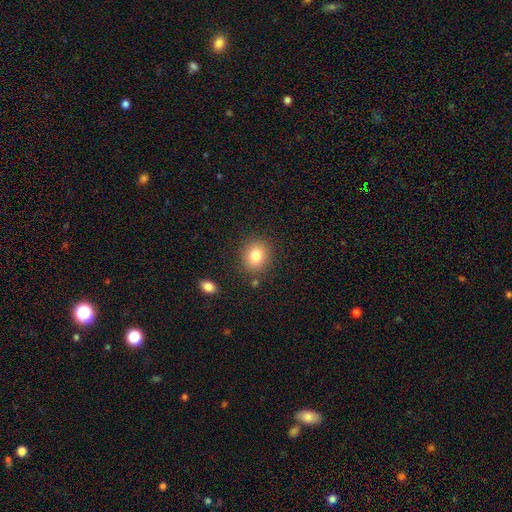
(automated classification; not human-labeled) Smooth or featured? Predicted: smooth (p=0.81). How rounded? Predicted: round (p=0.68). Merging? Predicted: none (p=0.84).